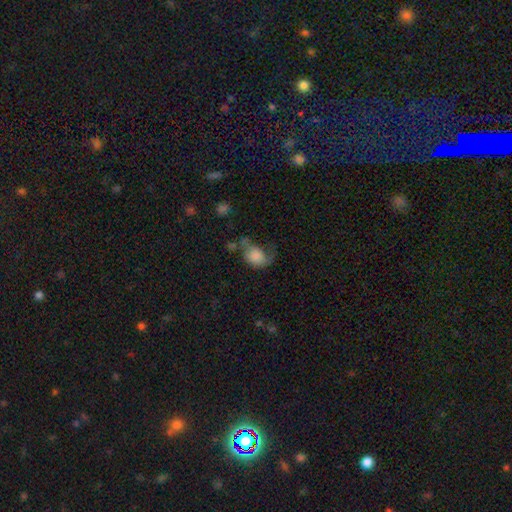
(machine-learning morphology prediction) type=smooth (68%); roundness=in between (61%); merging=major disturbance (43%).